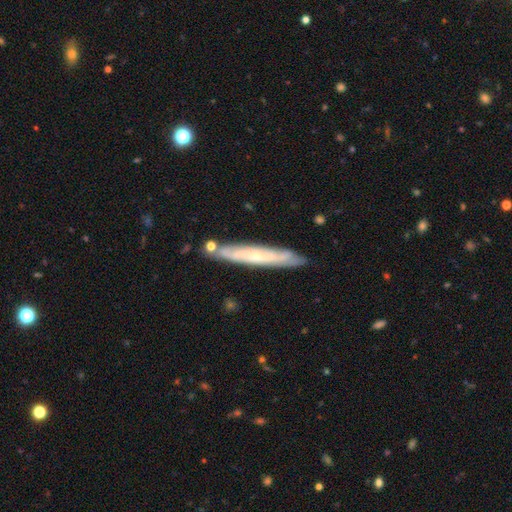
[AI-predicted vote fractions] smooth_or_featured: featured or disk (p=0.60) [alt: smooth p=0.34]
disk_edge_on: yes (p=0.70) [alt: no p=0.30]
merging: none (p=0.81) [alt: minor disturbance p=0.12]